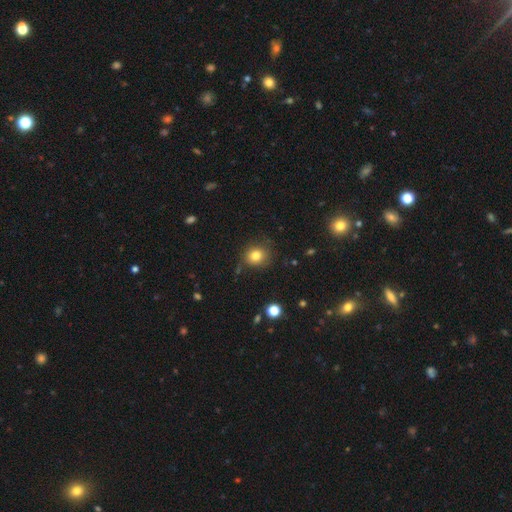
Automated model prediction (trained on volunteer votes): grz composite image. It shows a smooth galaxy with no disk features (80%) that is round (78%). Merging: none (79%).